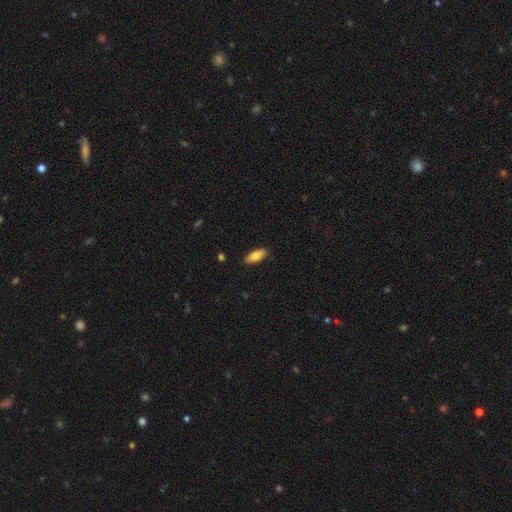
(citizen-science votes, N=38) Volunteers were most divided on "smooth or featured": smooth: 82%, featured or disk: 16%, star or artifact: 3%. More confident: how rounded — in between (94%); merging — none (81%).